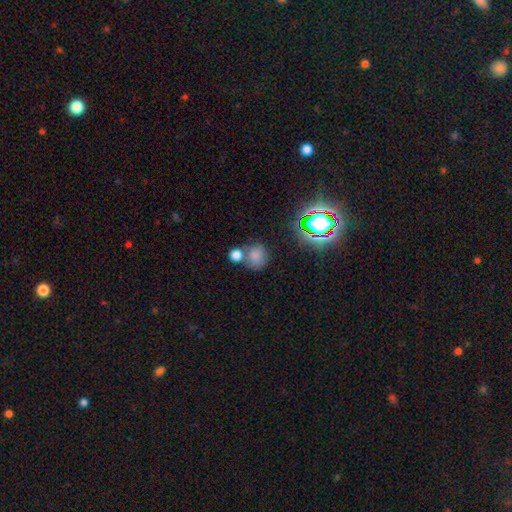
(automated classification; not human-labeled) A smooth galaxy with no disk features (73%) that is round (78%).

Vote fractions:
- Smooth or featured? smooth: 73% / star or artifact: 18% / featured or disk: 10%
- How rounded? round: 78% / in between: 21% / cigar-shaped: 1%
- Merging? none: 48% / merger: 35% / minor disturbance: 11% / major disturbance: 6%